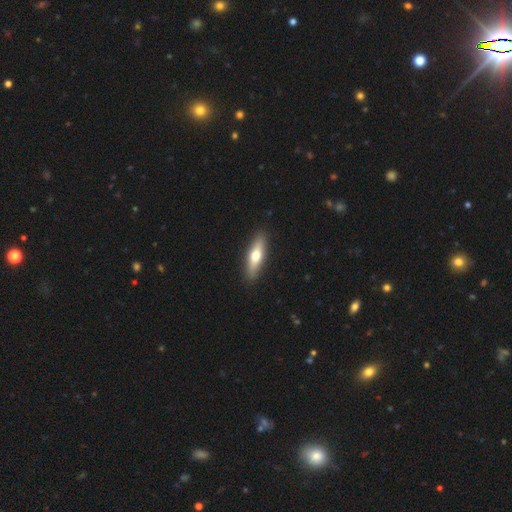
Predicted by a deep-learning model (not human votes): Overall: smooth (58%; featured or disk 36%). How rounded: cigar-shaped (59%; in between 38%). Merging: none (90%).